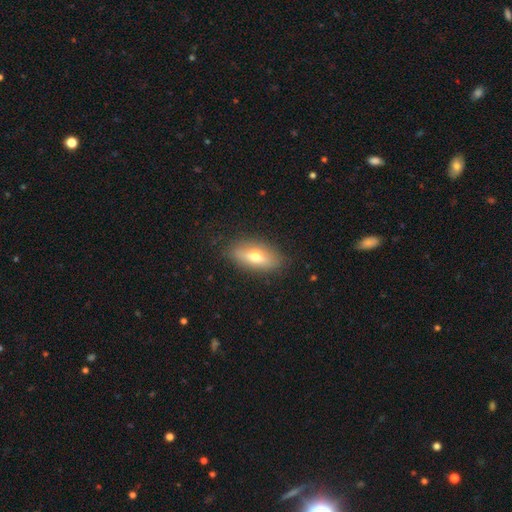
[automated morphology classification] Q: Smooth or featured?
A: smooth (63%); runner-up: featured or disk (29%)
Q: How rounded?
A: in between (80%); runner-up: cigar-shaped (14%)
Q: Merging?
A: none (84%); runner-up: minor disturbance (12%)